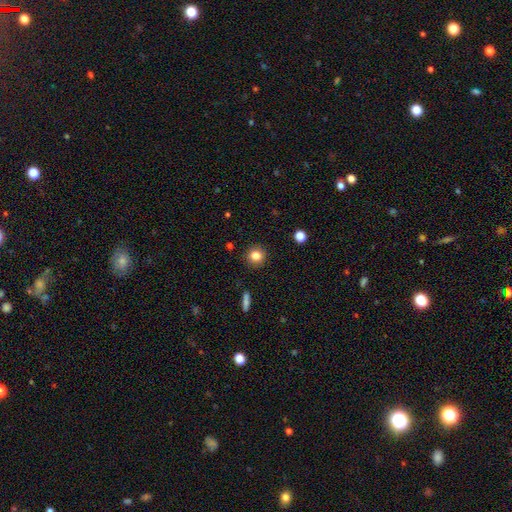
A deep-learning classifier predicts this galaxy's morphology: Smooth or featured? smooth (82%)
How rounded? round (91%)
Merging? none (91%)